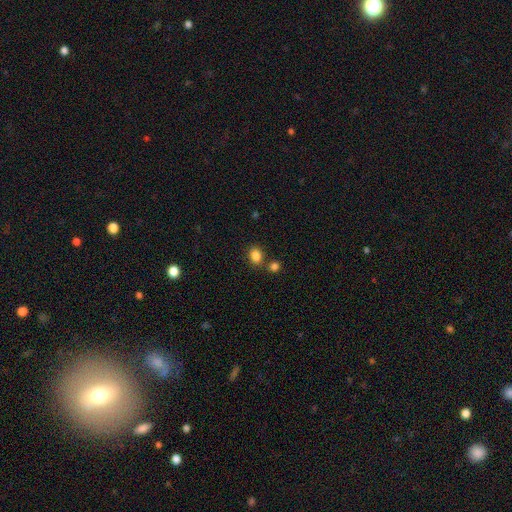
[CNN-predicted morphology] smooth-or-featured: smooth: 85% | star or artifact: 11% | featured or disk: 4%
  how-rounded: in between: 55% | round: 44% | cigar-shaped: 1%
  merging: none: 72% | merger: 15% | minor disturbance: 10% | major disturbance: 3%